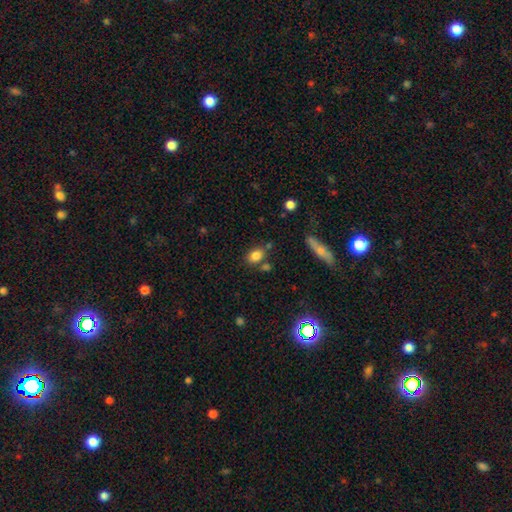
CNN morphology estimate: Smooth or featured?
  - smooth: 83% *
  - star or artifact: 10%
  - featured or disk: 7%
How rounded?
  - in between: 73% *
  - round: 25%
  - cigar-shaped: 2%
Merging?
  - none: 71% *
  - minor disturbance: 13%
  - merger: 12%
  - major disturbance: 4%